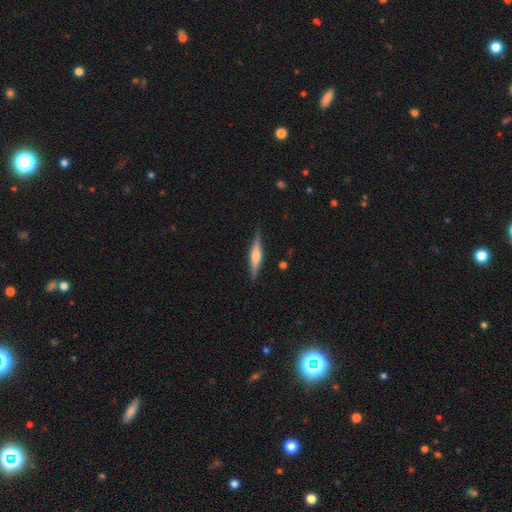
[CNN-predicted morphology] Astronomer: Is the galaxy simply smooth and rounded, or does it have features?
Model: featured or disk — 62%.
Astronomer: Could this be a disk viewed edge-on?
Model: yes — 97%.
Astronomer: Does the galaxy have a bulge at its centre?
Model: rounded — 72%.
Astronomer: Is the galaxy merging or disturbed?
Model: none — 87%.